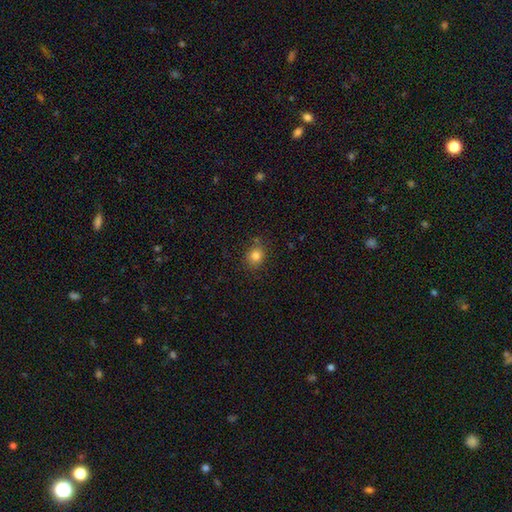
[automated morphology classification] Smooth or featured? Predicted: smooth (p=0.82). How rounded? Predicted: round (p=0.76). Merging? Predicted: none (p=0.77).